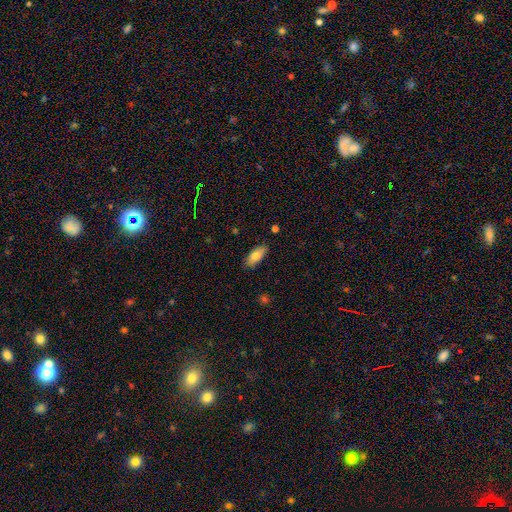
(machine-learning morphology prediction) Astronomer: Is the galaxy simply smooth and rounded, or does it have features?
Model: smooth — 79%.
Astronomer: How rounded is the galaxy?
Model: in between — 82%.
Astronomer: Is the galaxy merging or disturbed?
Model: none — 83%.